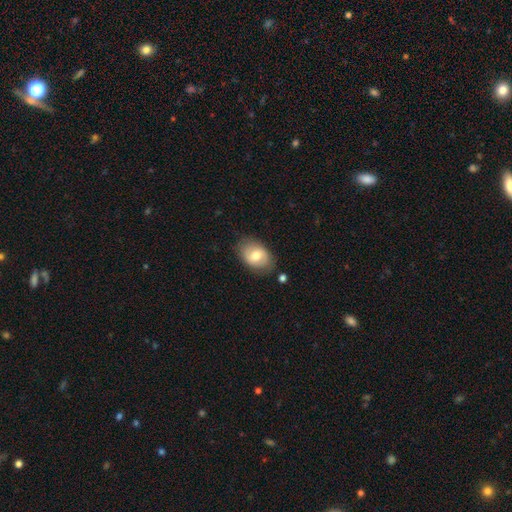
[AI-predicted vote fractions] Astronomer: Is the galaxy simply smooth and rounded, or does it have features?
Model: smooth — 69%.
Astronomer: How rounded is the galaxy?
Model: in between — 81%.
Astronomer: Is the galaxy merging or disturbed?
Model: none — 80%.